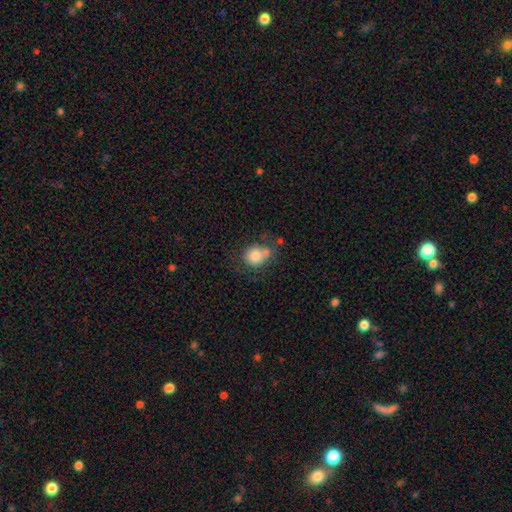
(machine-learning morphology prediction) smooth 80%, featured or disk 11%, star or artifact 9%. Down the decision tree: how rounded — round (68%); merging — none (48%).